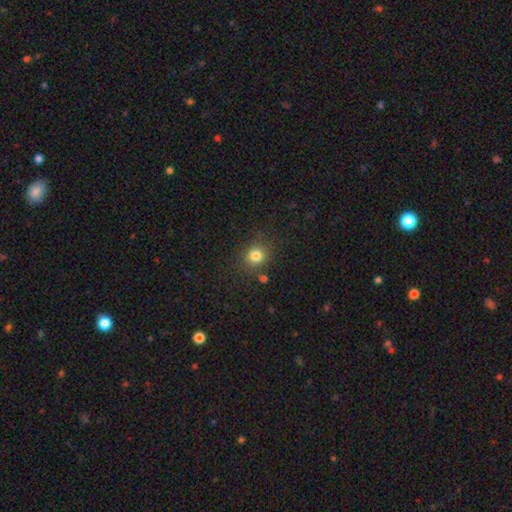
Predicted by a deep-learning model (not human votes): Smooth or featured? Predicted: smooth (p=0.81). How rounded? Predicted: round (p=0.84). Merging? Predicted: none (p=0.83).